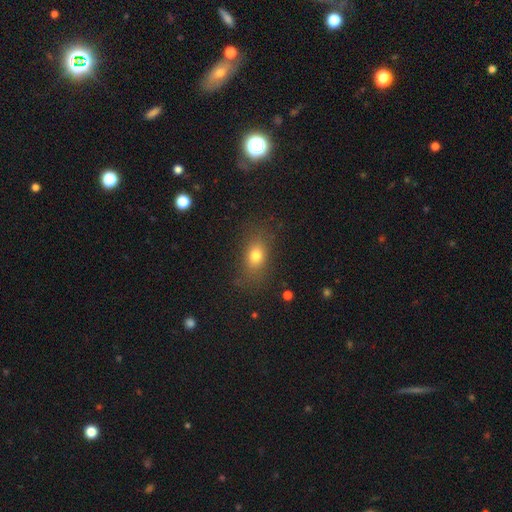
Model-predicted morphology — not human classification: A smooth galaxy with no disk features (75%) that is in between round and cigar-shaped (71%).

Vote fractions:
- Smooth or featured? smooth: 75% / star or artifact: 13% / featured or disk: 12%
- How rounded? in between: 71% / round: 25% / cigar-shaped: 4%
- Merging? none: 79% / minor disturbance: 13% / major disturbance: 6% / merger: 2%